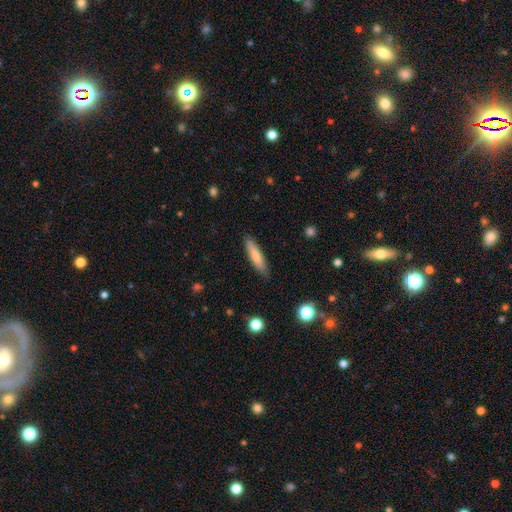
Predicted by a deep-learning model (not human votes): Smooth or featured? Predicted: smooth (p=0.74). How rounded? Predicted: cigar-shaped (p=0.82). Merging? Predicted: none (p=0.87).